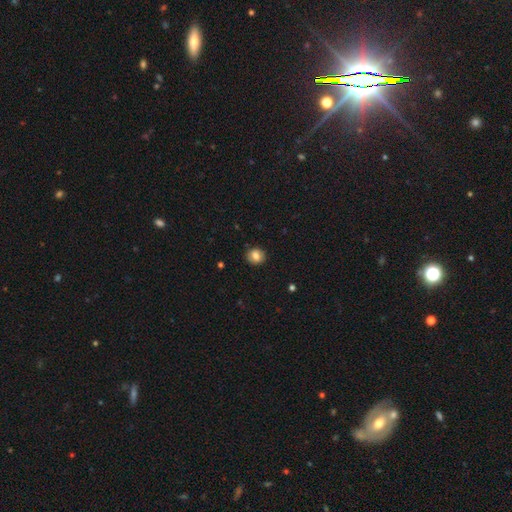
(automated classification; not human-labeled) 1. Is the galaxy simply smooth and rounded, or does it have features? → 78% smooth, 13% featured or disk, 9% star or artifact.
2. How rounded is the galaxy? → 76% round, 23% in between, 1% cigar-shaped.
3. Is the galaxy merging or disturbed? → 88% none, 9% minor disturbance, 2% major disturbance, 1% merger.